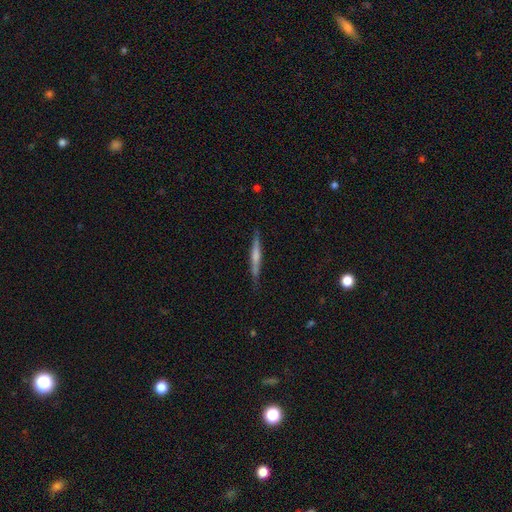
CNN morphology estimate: Smooth or featured? featured or disk (50%)
Merging? none (85%)